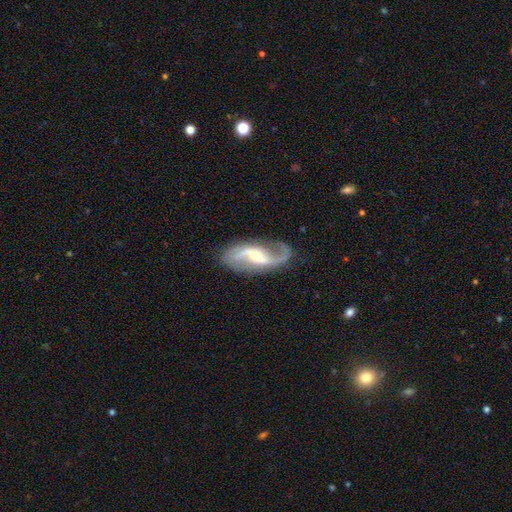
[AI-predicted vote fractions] This appears to be a featured or disk galaxy (88%) with a weak bar (46%), 2 (90%) loose (65%) spiral arms (96%) and a moderate central bulge (53%). Merging: none (78%).